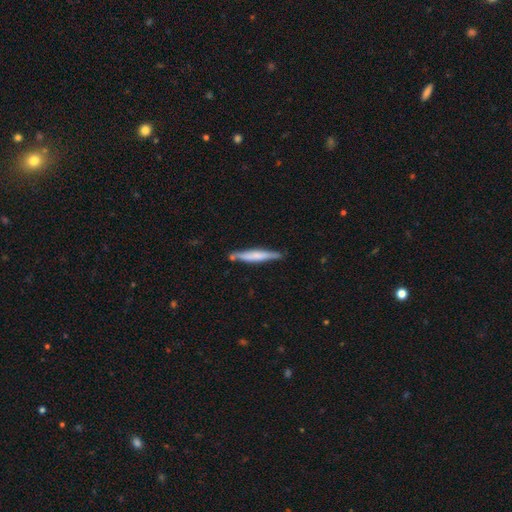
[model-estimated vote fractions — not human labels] Morphology: type=smooth (53%); roundness=cigar-shaped (93%); merging=none (77%).